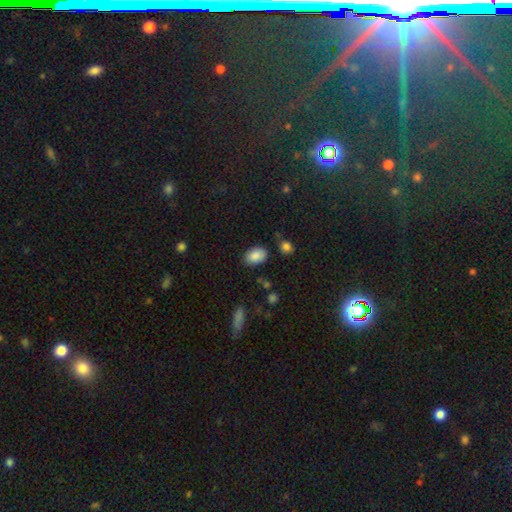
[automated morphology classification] Smooth or featured? smooth (87%)
How rounded? in between (87%)
Merging? none (81%)